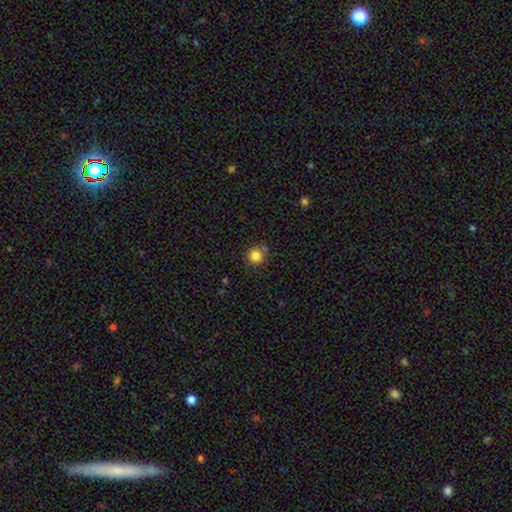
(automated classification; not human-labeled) Q: Smooth or featured?
A: smooth (83%); runner-up: star or artifact (12%)
Q: How rounded?
A: round (92%); runner-up: in between (7%)
Q: Merging?
A: none (77%); runner-up: minor disturbance (13%)